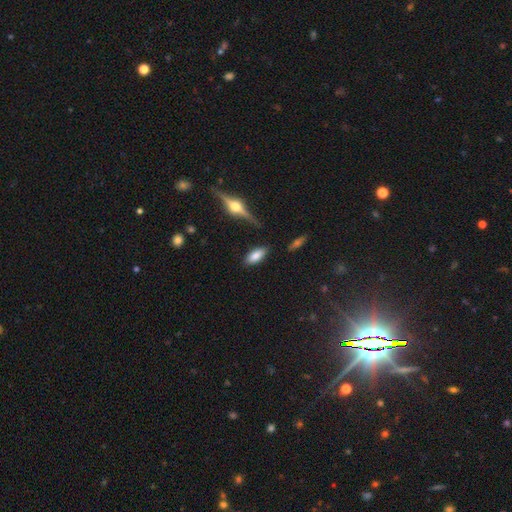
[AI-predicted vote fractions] Smooth or featured? Predicted: smooth (p=0.77). How rounded? Predicted: in between (p=0.84). Merging? Predicted: none (p=0.81).